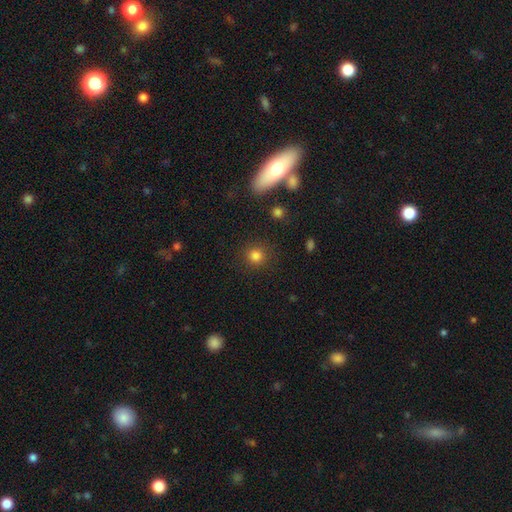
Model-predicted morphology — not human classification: The model was most divided on "smooth or featured": smooth: 82%, star or artifact: 13%, featured or disk: 4%. More confident: how rounded — round (91%); merging — none (87%).